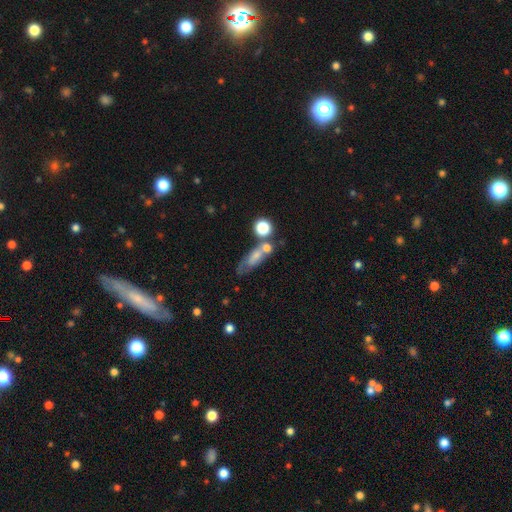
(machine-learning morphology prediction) Smooth or featured: smooth — 58% (featured or disk — 29%)
How rounded: in between — 53% (cigar-shaped — 34%)
Merging: none — 37% (merger — 30%)